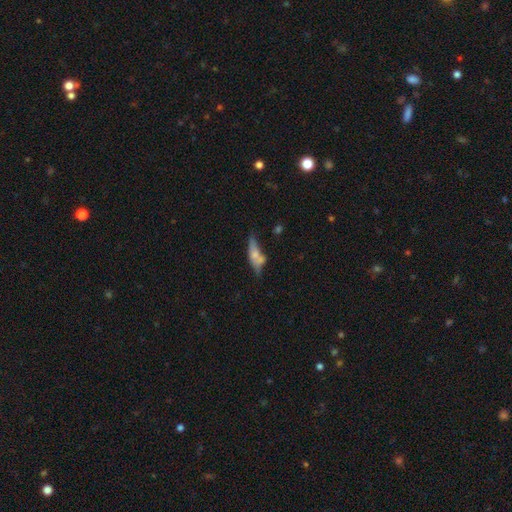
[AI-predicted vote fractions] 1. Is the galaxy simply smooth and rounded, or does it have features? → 55% smooth, 36% featured or disk, 8% star or artifact.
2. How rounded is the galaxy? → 50% in between, 47% cigar-shaped, 3% round.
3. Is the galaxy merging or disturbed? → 41% none, 24% merger, 23% minor disturbance, 12% major disturbance.